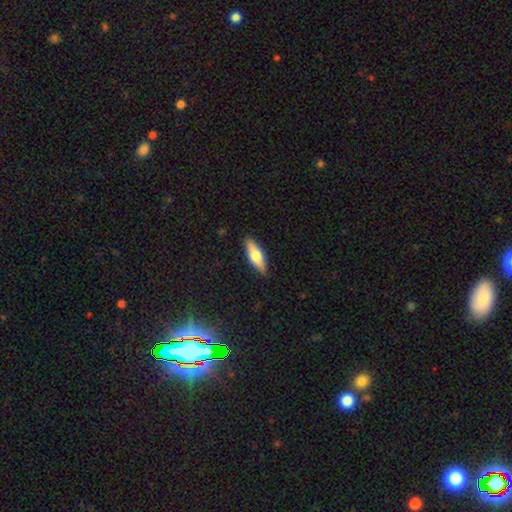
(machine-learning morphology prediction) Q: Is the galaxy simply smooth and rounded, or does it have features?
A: smooth — 59%.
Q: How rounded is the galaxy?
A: in between — 54%.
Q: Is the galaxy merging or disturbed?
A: none — 89%.